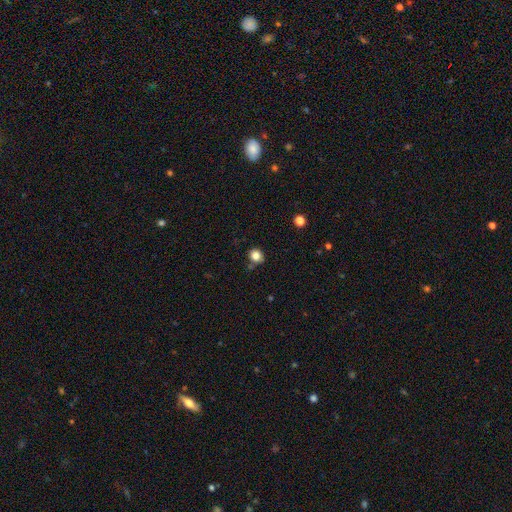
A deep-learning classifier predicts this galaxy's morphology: smooth_or_featured: smooth (p=0.82) [alt: star or artifact p=0.12]
how_rounded: round (p=0.85) [alt: in between p=0.14]
merging: none (p=0.79) [alt: minor disturbance p=0.13]